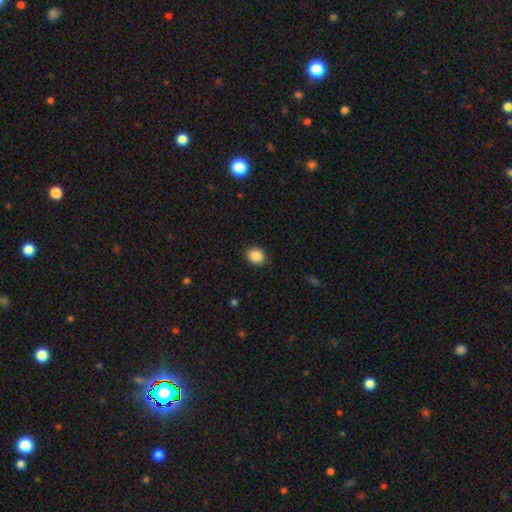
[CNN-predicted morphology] This is clearly a smooth galaxy (88%). How rounded: likely round (63%). Merging: clearly none (90%).